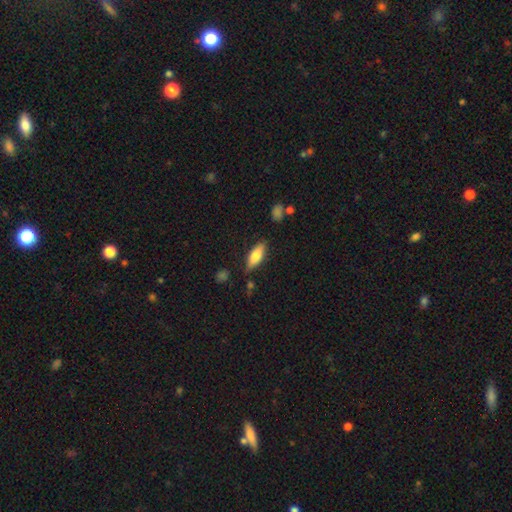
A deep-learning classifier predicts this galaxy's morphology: Overall: smooth (70%). How rounded: in between (63%; cigar-shaped 35%). Merging: none (80%).